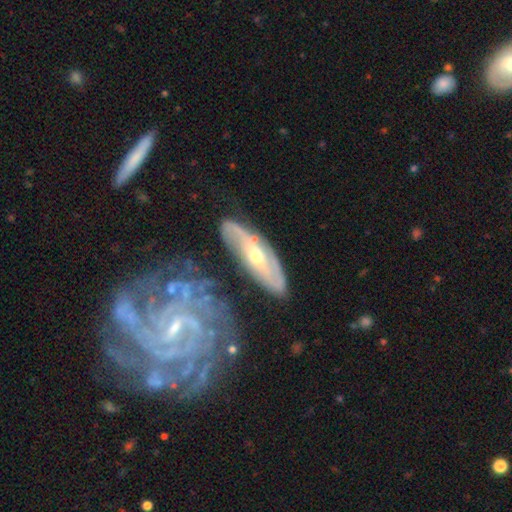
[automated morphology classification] The model was most divided on "bar": no: 46%, weak: 32%, strong: 22%. More confident: spiral arms — yes (82%); edge-on disk — no (80%); smooth or featured — featured or disk (77%); merging — none (70%); bulge size — moderate (55%).